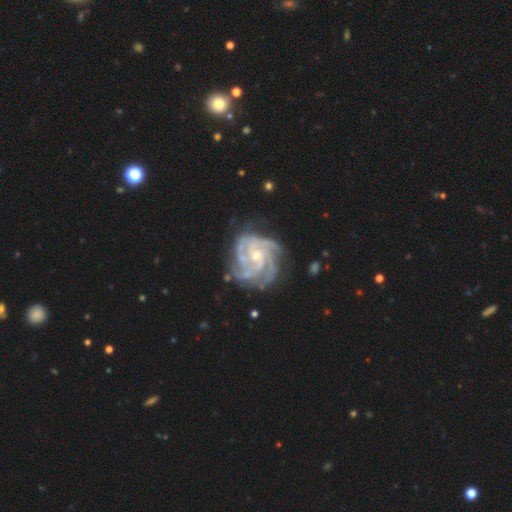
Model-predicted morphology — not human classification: Q: Smooth or featured?
A: featured or disk (91%); runner-up: star or artifact (5%)
Q: Edge-on disk?
A: no (98%); runner-up: yes (2%)
Q: Bar?
A: no (65%); runner-up: weak (29%)
Q: Spiral arms?
A: yes (98%); runner-up: no (2%)
Q: Spiral winding?
A: tight (64%); runner-up: medium (31%)
Q: Spiral arm count?
A: 4 (30%); runner-up: 3 (25%)
Q: Bulge size?
A: small (48%); runner-up: moderate (47%)
Q: Merging?
A: none (69%); runner-up: minor disturbance (20%)